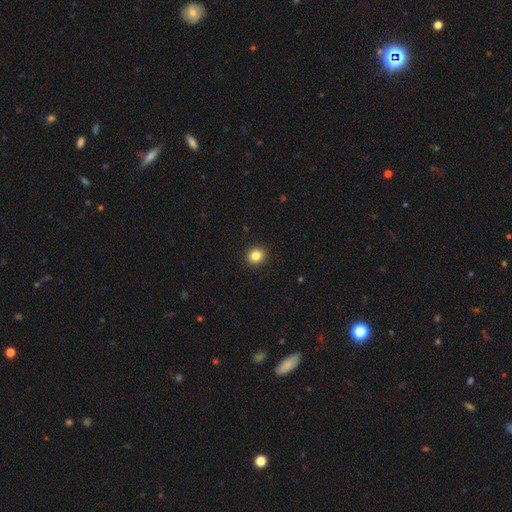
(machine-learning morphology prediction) Overall: smooth (84%). How rounded: round (86%). Merging: none (92%).